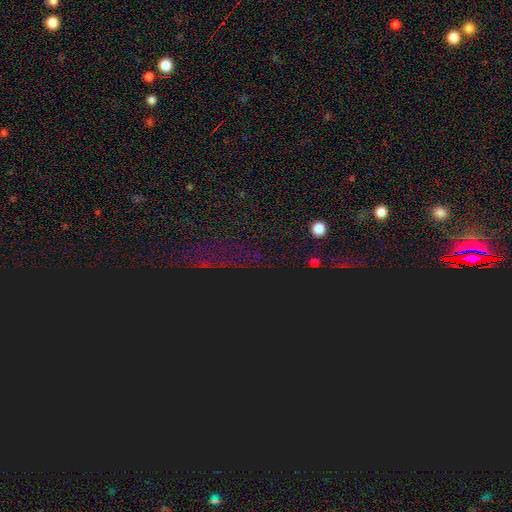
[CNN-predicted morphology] A star or artifact, not a galaxy (78%).

Vote fractions:
- Smooth or featured? star or artifact: 78% / smooth: 15% / featured or disk: 7%